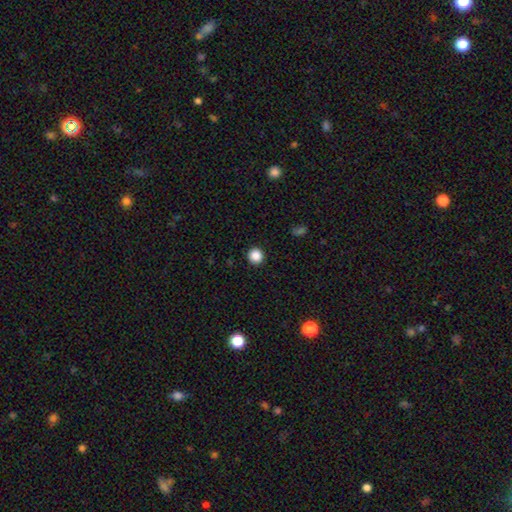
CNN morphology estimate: Smooth or featured?
  - smooth: 87% *
  - star or artifact: 11%
  - featured or disk: 3%
How rounded?
  - round: 95% *
  - in between: 4%
  - cigar-shaped: 1%
Merging?
  - none: 93% *
  - minor disturbance: 4%
  - major disturbance: 2%
  - merger: 1%